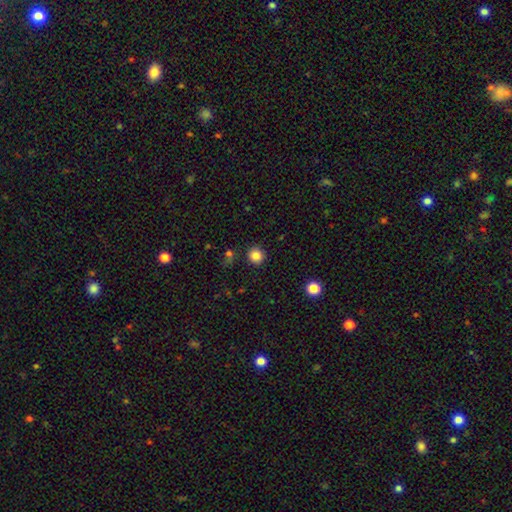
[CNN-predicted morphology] Q: Smooth or featured?
A: smooth (84%); runner-up: star or artifact (11%)
Q: How rounded?
A: round (91%); runner-up: in between (8%)
Q: Merging?
A: none (89%); runner-up: minor disturbance (7%)